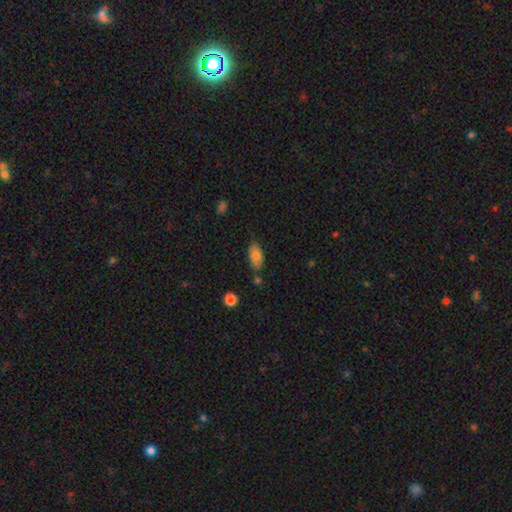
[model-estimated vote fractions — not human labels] A smooth galaxy with no disk features (80%) that is in between round and cigar-shaped (89%).

Vote fractions:
- Smooth or featured? smooth: 80% / featured or disk: 12% / star or artifact: 7%
- How rounded? in between: 89% / cigar-shaped: 7% / round: 3%
- Merging? none: 70% / minor disturbance: 20% / merger: 6% / major disturbance: 4%